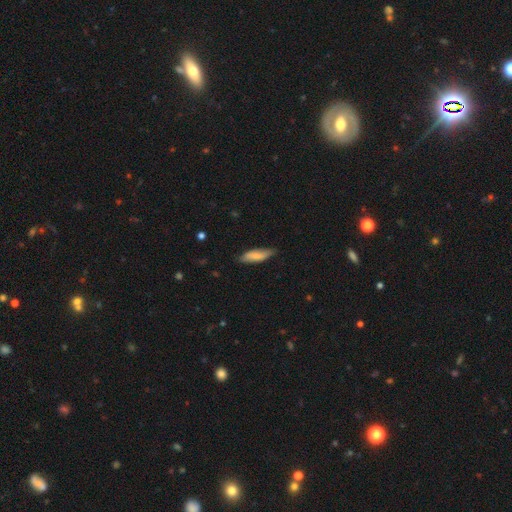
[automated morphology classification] A smooth galaxy with no disk features (75%) that is cigar-shaped (51%).

Vote fractions:
- Smooth or featured? smooth: 75% / featured or disk: 19% / star or artifact: 6%
- How rounded? cigar-shaped: 51% / in between: 48% / round: 2%
- Merging? none: 77% / minor disturbance: 19% / major disturbance: 3% / merger: 1%